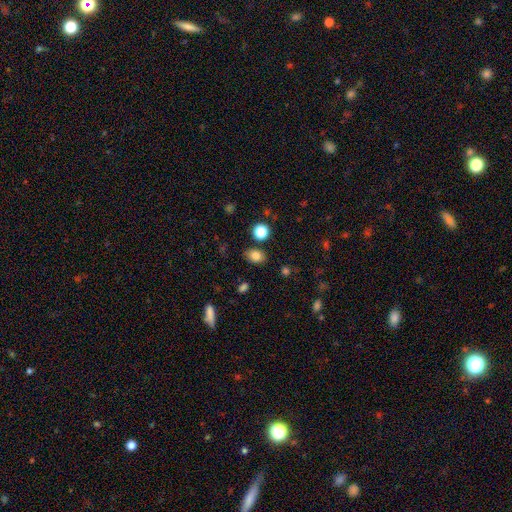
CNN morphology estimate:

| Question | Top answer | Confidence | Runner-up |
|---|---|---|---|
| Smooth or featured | smooth | 81% | star or artifact (11%) |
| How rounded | in between | 67% | round (32%) |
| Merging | none | 83% | minor disturbance (10%) |